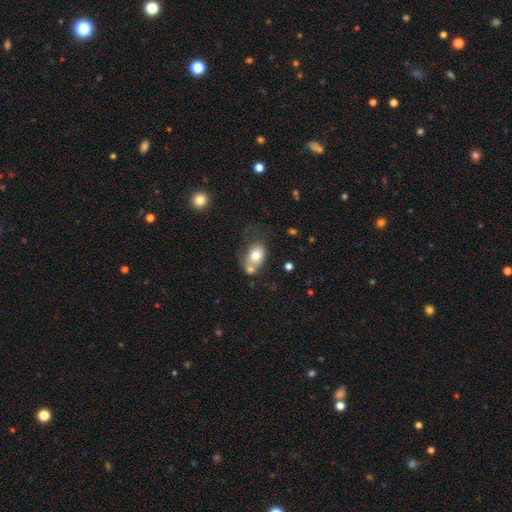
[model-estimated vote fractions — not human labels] Smooth or featured: smooth — 73% (featured or disk — 18%)
How rounded: in between — 64% (round — 35%)
Merging: merger — 37% (none — 33%)